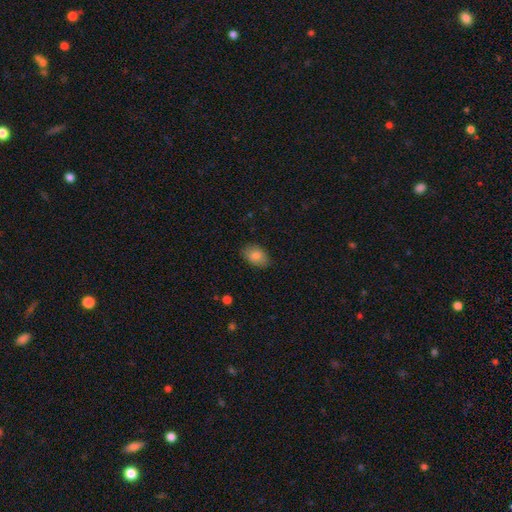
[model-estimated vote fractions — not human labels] Smooth or featured? smooth (82%)
How rounded? in between (87%)
Merging? none (84%)